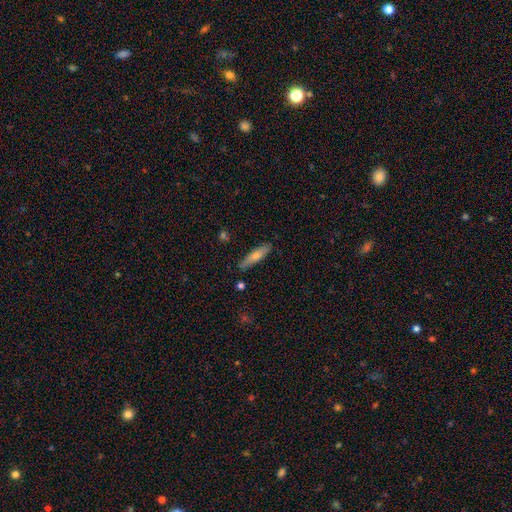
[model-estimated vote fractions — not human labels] A smooth galaxy with no disk features (63%) that is cigar-shaped (78%).

Vote fractions:
- Smooth or featured? smooth: 63% / featured or disk: 31% / star or artifact: 6%
- How rounded? cigar-shaped: 78% / in between: 20% / round: 2%
- Merging? none: 84% / minor disturbance: 11% / merger: 2% / major disturbance: 2%